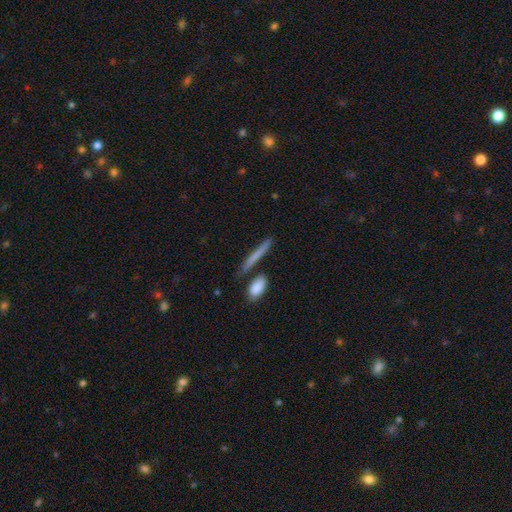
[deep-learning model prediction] The model was most divided on "smooth or featured": smooth: 64%, featured or disk: 29%, star or artifact: 7%. More confident: how rounded — cigar-shaped (89%); merging — none (75%).